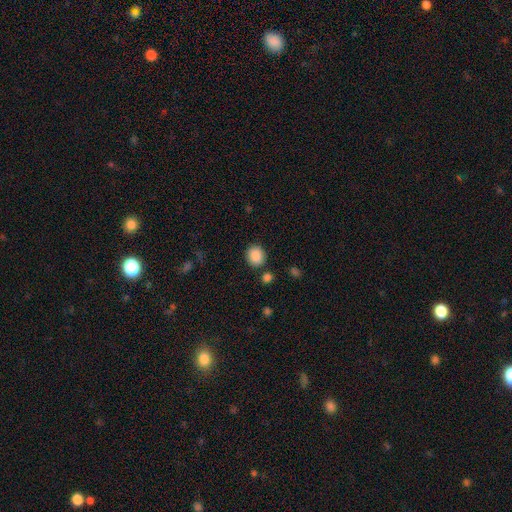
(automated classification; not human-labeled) Smooth or featured?
  - smooth: 88% *
  - star or artifact: 8%
  - featured or disk: 4%
How rounded?
  - round: 77% *
  - in between: 22%
  - cigar-shaped: 1%
Merging?
  - none: 85% *
  - minor disturbance: 8%
  - merger: 4%
  - major disturbance: 3%